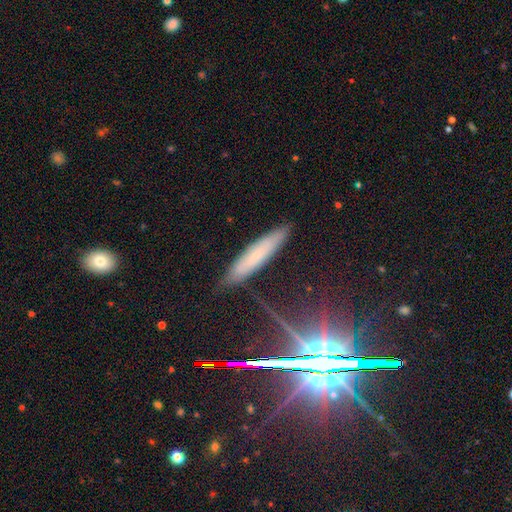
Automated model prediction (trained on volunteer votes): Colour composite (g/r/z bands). It shows a smooth galaxy with no disk features (58%) that is cigar-shaped (85%). Merging: none (85%).